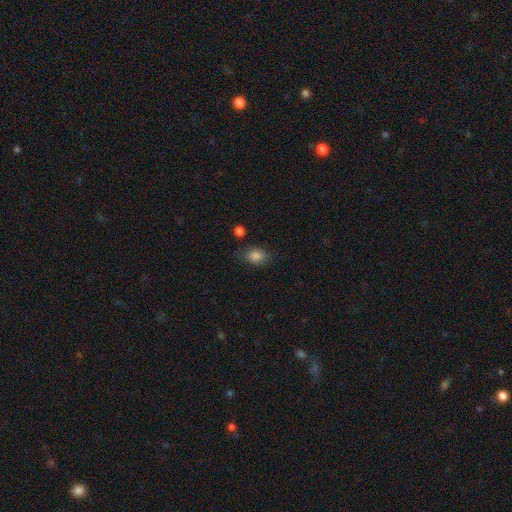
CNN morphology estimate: Smooth or featured?
  - smooth: 83% *
  - star or artifact: 10%
  - featured or disk: 7%
How rounded?
  - in between: 78% *
  - round: 20%
  - cigar-shaped: 2%
Merging?
  - none: 74% *
  - minor disturbance: 19%
  - major disturbance: 5%
  - merger: 3%